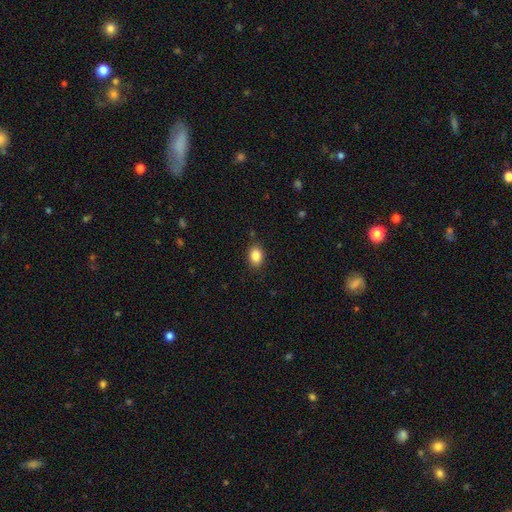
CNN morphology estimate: Overall: smooth (86%). How rounded: in between (70%). Merging: none (86%).